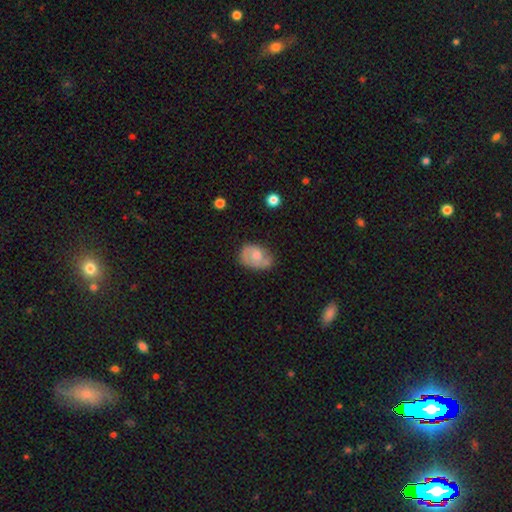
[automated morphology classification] Smooth or featured? smooth (49%)
Merging? none (55%)